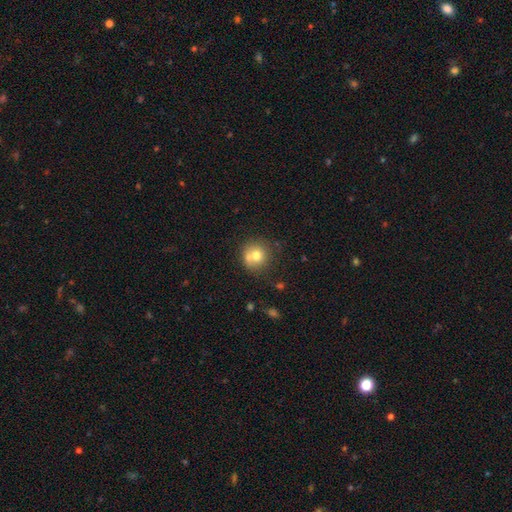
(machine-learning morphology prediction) Smooth or featured? Predicted: smooth (p=0.72). How rounded? Predicted: round (p=0.90). Merging? Predicted: none (p=0.56).